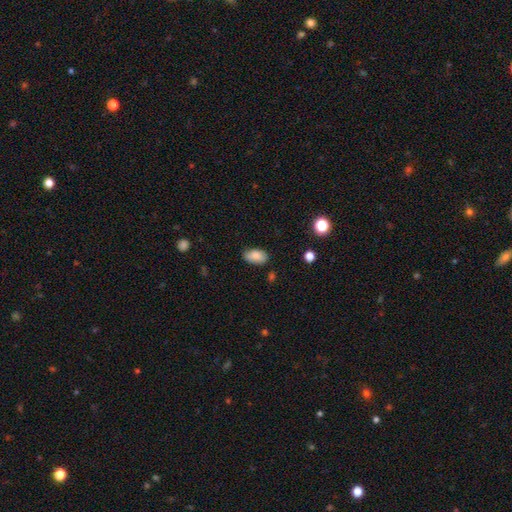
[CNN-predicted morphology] Smooth or featured: smooth — 84% (featured or disk — 8%)
How rounded: in between — 94% (round — 4%)
Merging: none — 82% (minor disturbance — 14%)